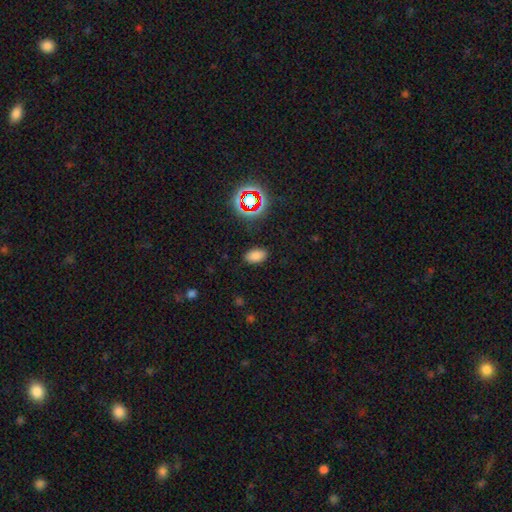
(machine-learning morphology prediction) A smooth galaxy with no disk features (76%) that is in between round and cigar-shaped (92%).

Vote fractions:
- Smooth or featured? smooth: 76% / star or artifact: 18% / featured or disk: 6%
- How rounded? in between: 92% / round: 7% / cigar-shaped: 2%
- Merging? none: 87% / minor disturbance: 9% / major disturbance: 3% / merger: 1%